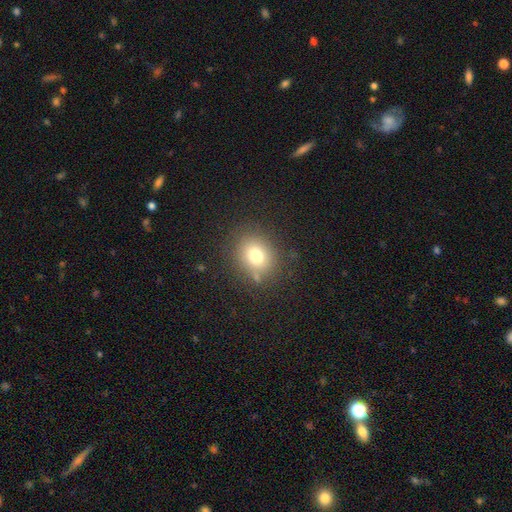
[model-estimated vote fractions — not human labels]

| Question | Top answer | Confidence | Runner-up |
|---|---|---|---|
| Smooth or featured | smooth | 75% | star or artifact (14%) |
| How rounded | round | 67% | in between (32%) |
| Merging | none | 80% | minor disturbance (12%) |